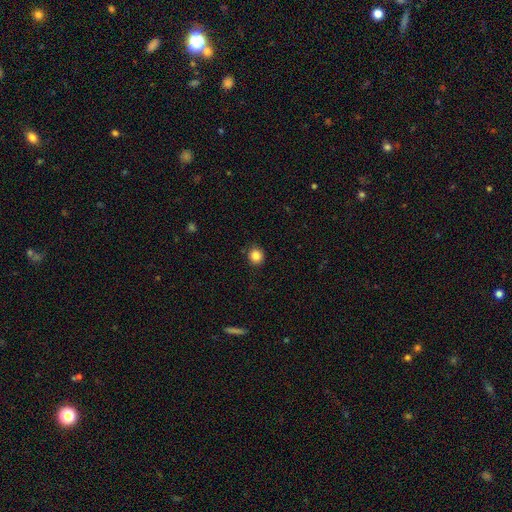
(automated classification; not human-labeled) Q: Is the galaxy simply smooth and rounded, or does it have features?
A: smooth — 84%.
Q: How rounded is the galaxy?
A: round — 90%.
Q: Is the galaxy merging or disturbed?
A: none — 89%.